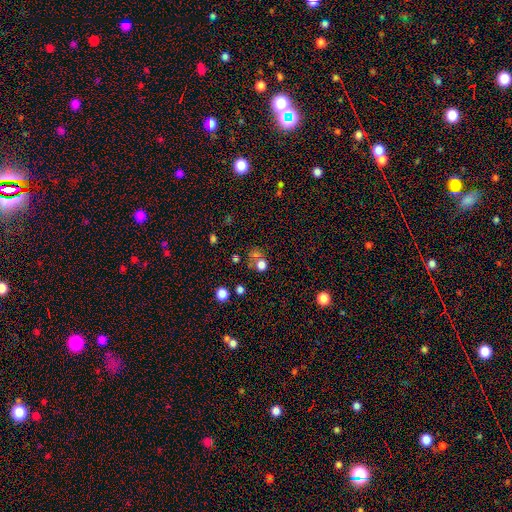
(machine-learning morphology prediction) A smooth galaxy with no disk features (50%) that is round (82%).

Vote fractions:
- Smooth or featured? smooth: 50% / star or artifact: 37% / featured or disk: 12%
- How rounded? round: 82% / in between: 17% / cigar-shaped: 1%
- Merging? none: 58% / merger: 23% / minor disturbance: 11% / major disturbance: 8%